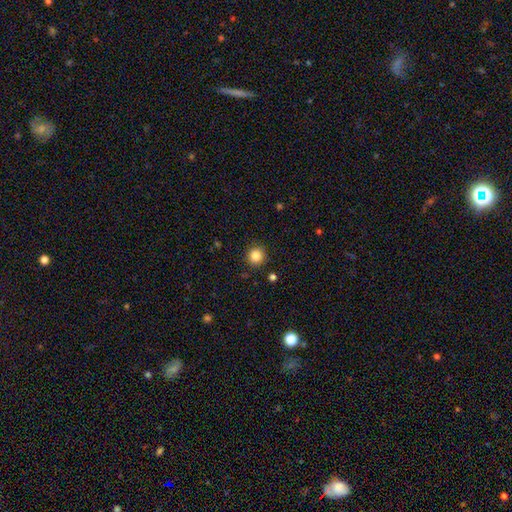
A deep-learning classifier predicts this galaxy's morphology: This appears to be a smooth galaxy with no disk features (85%) that is round (94%). Merging: none (90%).